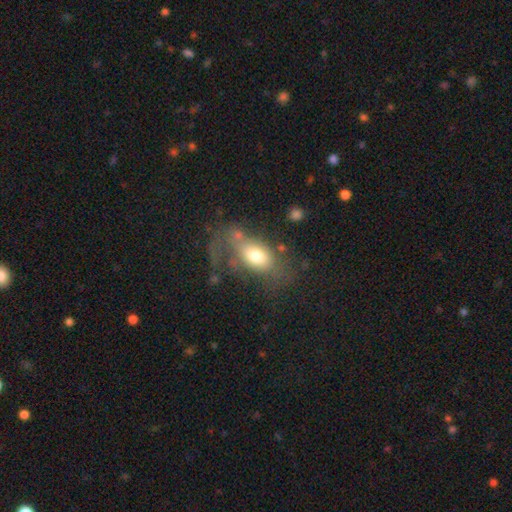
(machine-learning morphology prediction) type=smooth (65%); roundness=in between (85%); merging=major disturbance (37%).